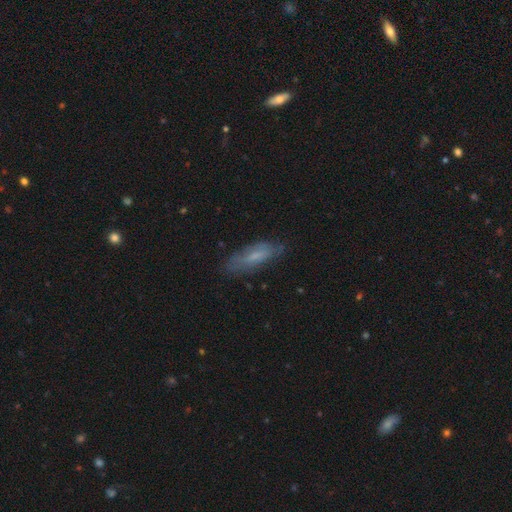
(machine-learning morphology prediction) Smooth or featured?
  - smooth: 56% *
  - featured or disk: 36%
  - star or artifact: 8%
How rounded?
  - in between: 52% *
  - cigar-shaped: 47%
  - round: 2%
Merging?
  - none: 73% *
  - minor disturbance: 20%
  - major disturbance: 5%
  - merger: 2%